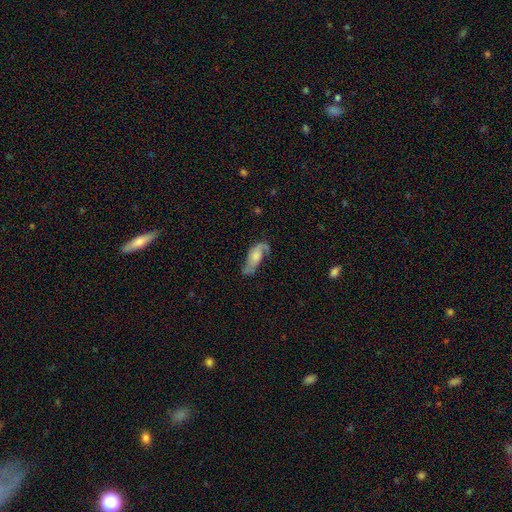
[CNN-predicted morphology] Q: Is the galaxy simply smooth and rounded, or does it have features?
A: featured or disk — 67%.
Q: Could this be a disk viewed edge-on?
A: no — 90%.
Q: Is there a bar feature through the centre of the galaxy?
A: no — 63%.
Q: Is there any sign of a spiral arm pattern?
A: yes — 88%.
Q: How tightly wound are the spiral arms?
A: loose — 56%.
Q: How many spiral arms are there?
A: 2 — 76%.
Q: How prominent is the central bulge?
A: moderate — 37%.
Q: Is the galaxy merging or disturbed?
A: none — 49%.